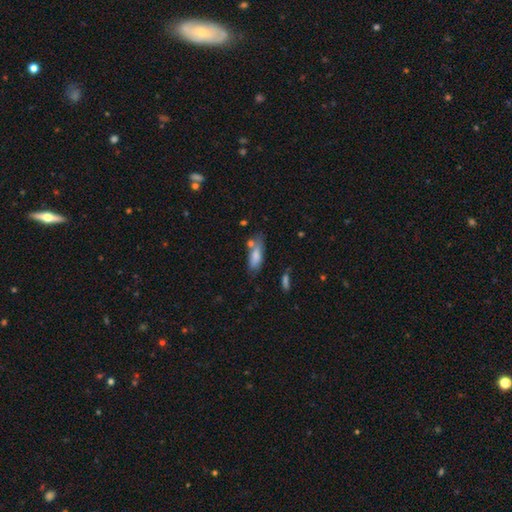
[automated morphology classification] smooth 75%, featured or disk 18%, star or artifact 7%. Down the decision tree: how rounded — in between (63%); merging — none (54%).